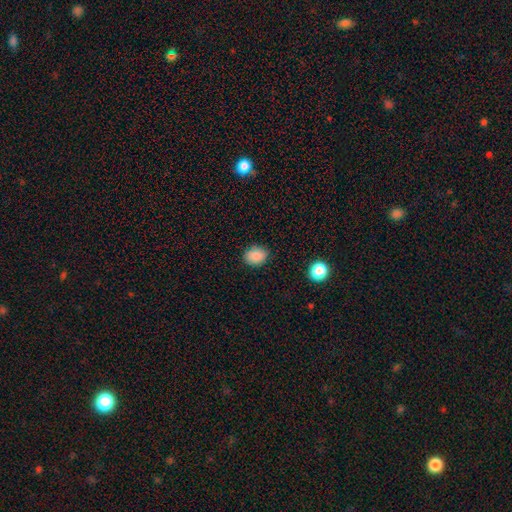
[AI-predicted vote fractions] Smooth or featured? smooth (87%)
How rounded? in between (51%)
Merging? none (85%)